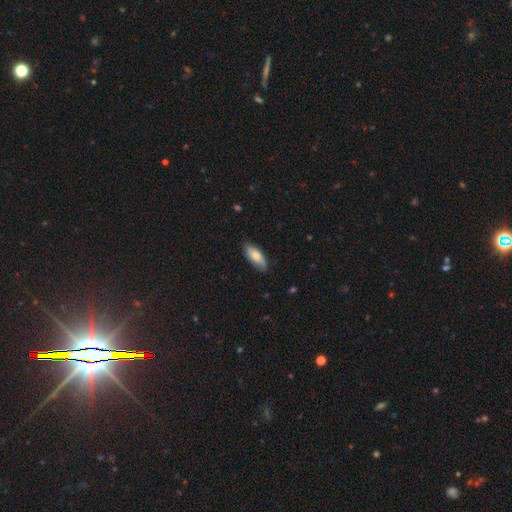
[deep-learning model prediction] Q: Smooth or featured?
A: smooth (77%); runner-up: featured or disk (17%)
Q: How rounded?
A: in between (77%); runner-up: cigar-shaped (21%)
Q: Merging?
A: none (80%); runner-up: minor disturbance (16%)